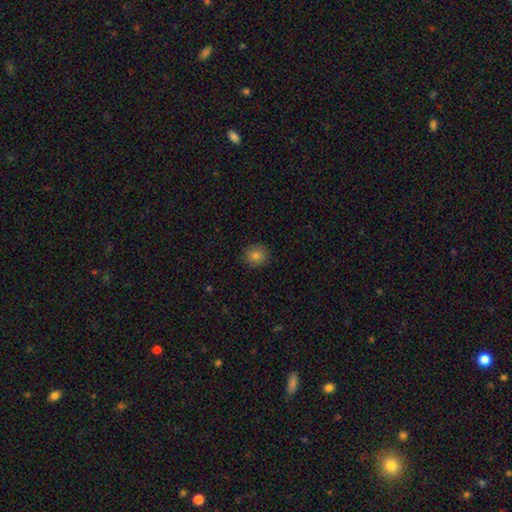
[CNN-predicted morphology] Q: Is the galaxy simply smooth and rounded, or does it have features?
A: smooth — 80%.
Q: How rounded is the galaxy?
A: round — 86%.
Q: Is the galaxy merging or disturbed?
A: none — 89%.